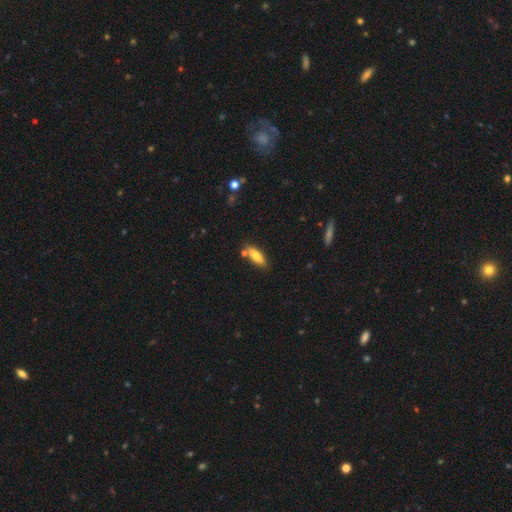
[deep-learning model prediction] Morphology: type=smooth (77%); roundness=in between (61%); merging=none (75%).